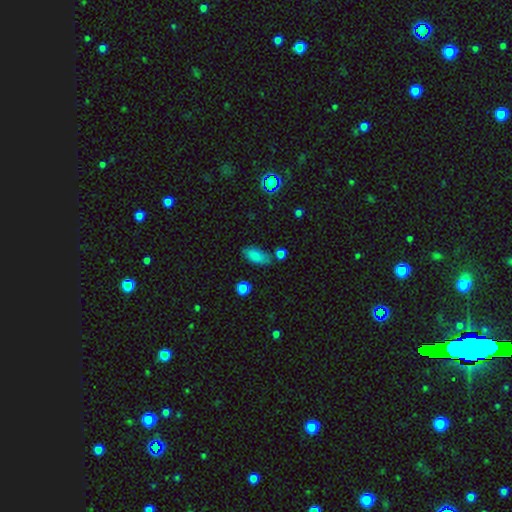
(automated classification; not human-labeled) This appears to be a smooth galaxy with no disk features (82%) that is in between round and cigar-shaped (88%). Merging: none (68%).